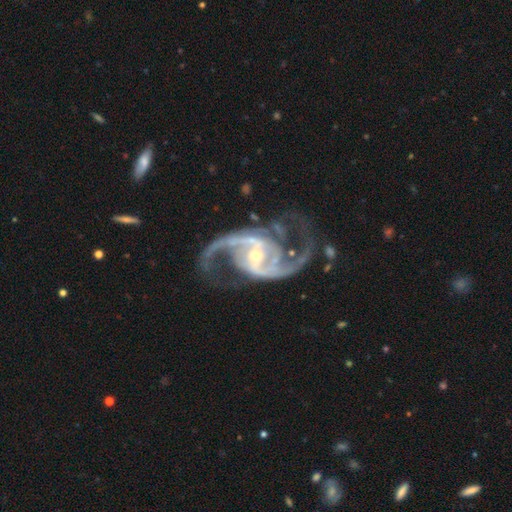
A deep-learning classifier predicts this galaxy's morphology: A featured or disk galaxy (94%) with a strong bar (44%), 2 (93%) medium (52%) spiral arms (99%) and a small central bulge (68%).

Vote fractions:
- Smooth or featured? featured or disk: 94% / star or artifact: 4% / smooth: 2%
- Edge-on disk? no: 98% / yes: 2%
- Bar? strong: 44% / weak: 36% / no: 20%
- Spiral arms? yes: 99% / no: 1%
- Spiral winding? medium: 52% / loose: 39% / tight: 10%
- Spiral arm count? 2: 93% / 3: 2% / can't tell: 1% / 1: 1% / 4: 1% / more than 4: 1%
- Bulge size? small: 68% / moderate: 29% / large: 2% / none: 1% / dominant: 1%
- Merging? none: 72% / minor disturbance: 14% / major disturbance: 12% / merger: 2%